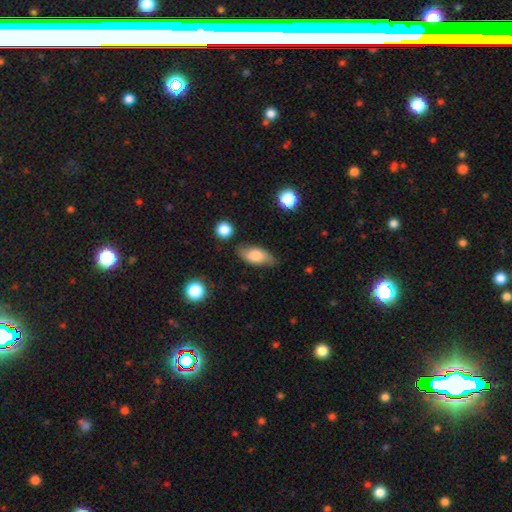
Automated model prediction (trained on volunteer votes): A smooth galaxy with no disk features (66%) that is in between round and cigar-shaped (87%). Merging: none (72%).